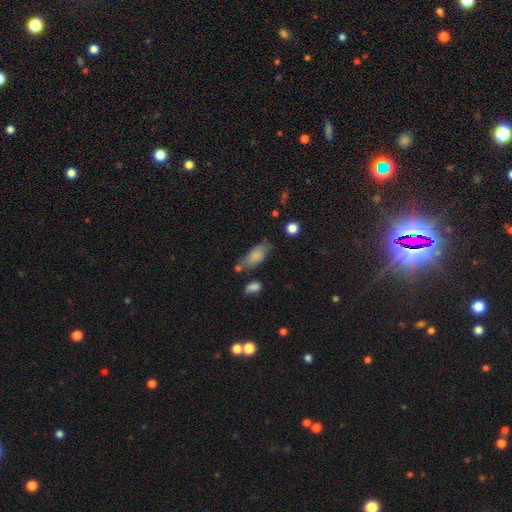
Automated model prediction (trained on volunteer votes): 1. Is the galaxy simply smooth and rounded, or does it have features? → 79% smooth, 14% featured or disk, 8% star or artifact.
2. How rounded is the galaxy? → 83% in between, 14% cigar-shaped, 3% round.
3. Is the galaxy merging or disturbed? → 53% none, 28% minor disturbance, 10% merger, 9% major disturbance.